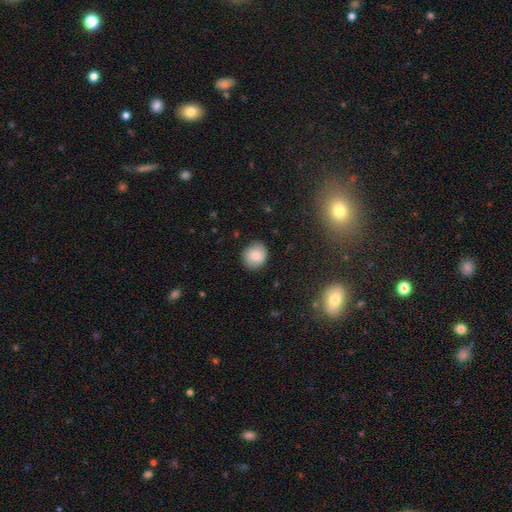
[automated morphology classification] Smooth or featured? Predicted: smooth (p=0.83). How rounded? Predicted: round (p=0.83). Merging? Predicted: none (p=0.86).